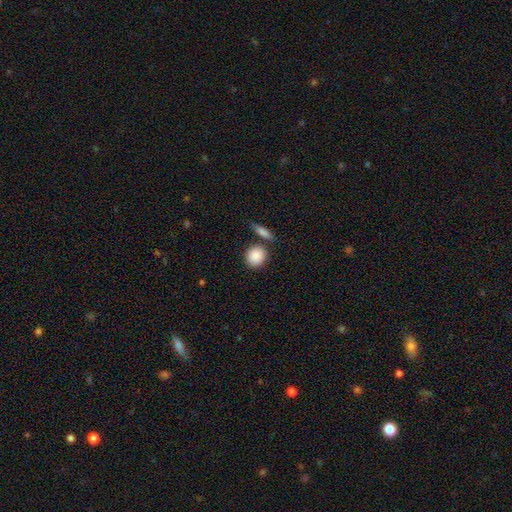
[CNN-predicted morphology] A smooth galaxy with no disk features (89%) that is round (79%).

Vote fractions:
- Smooth or featured? smooth: 89% / star or artifact: 6% / featured or disk: 5%
- How rounded? round: 79% / in between: 19% / cigar-shaped: 2%
- Merging? none: 73% / merger: 13% / minor disturbance: 10% / major disturbance: 3%